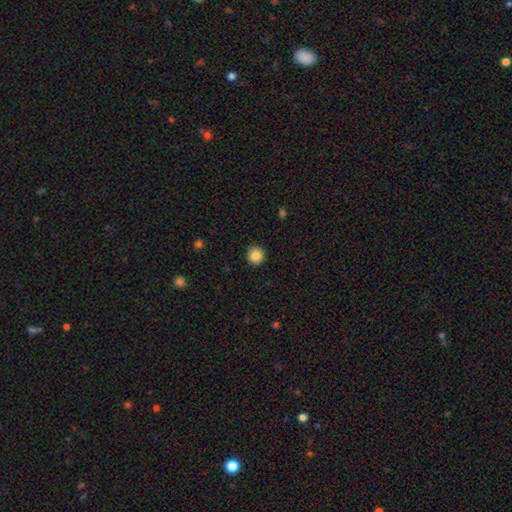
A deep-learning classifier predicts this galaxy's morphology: This is clearly a smooth galaxy (86%). How rounded: clearly round (94%). Merging: clearly none (92%).